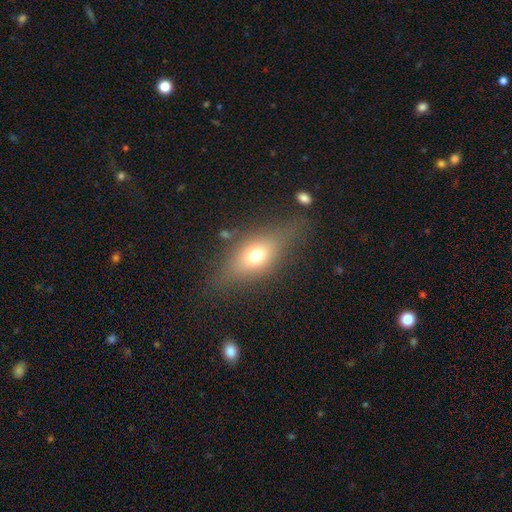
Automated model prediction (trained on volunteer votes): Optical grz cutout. It shows a smooth galaxy with no disk features (61%) that is in between round and cigar-shaped (69%). Merging: none (67%).